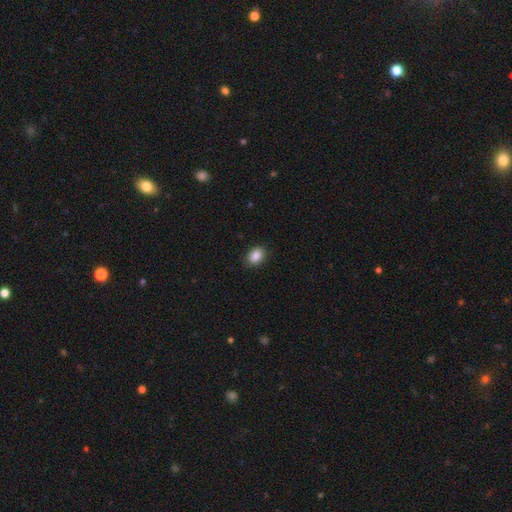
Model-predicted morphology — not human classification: This appears to be a smooth galaxy with no disk features (88%) that is in between round and cigar-shaped (78%). Merging: none (88%).